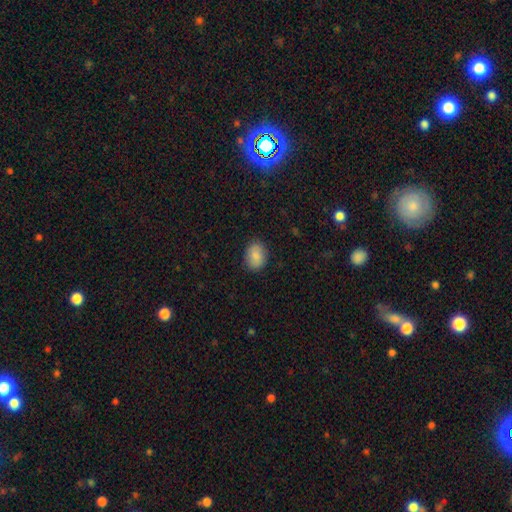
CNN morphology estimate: The model was most divided on "how rounded": in between: 71%, round: 28%, cigar-shaped: 1%. More confident: merging — none (86%); smooth or featured — smooth (86%).